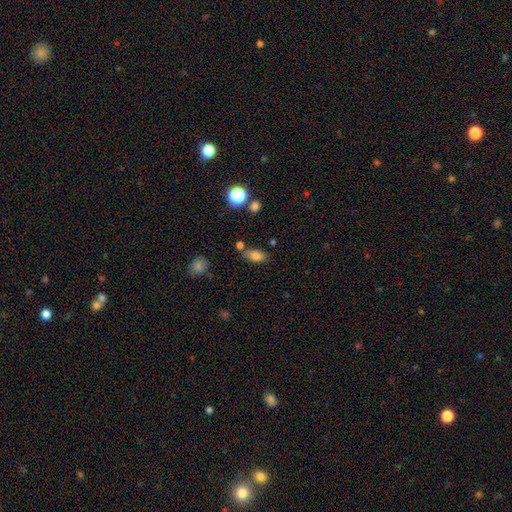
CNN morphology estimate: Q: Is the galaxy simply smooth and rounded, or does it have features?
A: smooth — 79%.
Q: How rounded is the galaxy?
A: in between — 87%.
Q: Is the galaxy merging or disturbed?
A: none — 73%.